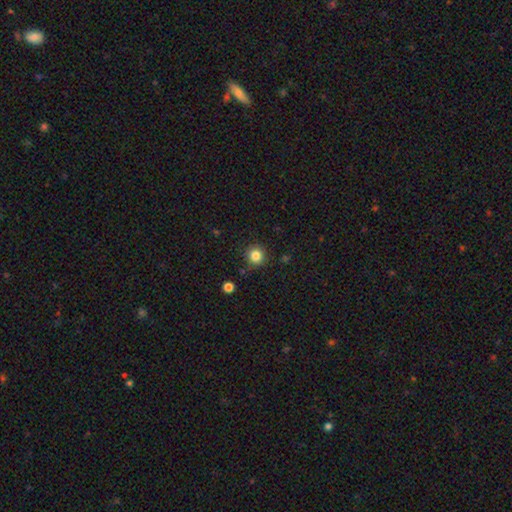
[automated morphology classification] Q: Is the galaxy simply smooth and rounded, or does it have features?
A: smooth — 84%.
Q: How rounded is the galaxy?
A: round — 94%.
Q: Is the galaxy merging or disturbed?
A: none — 88%.